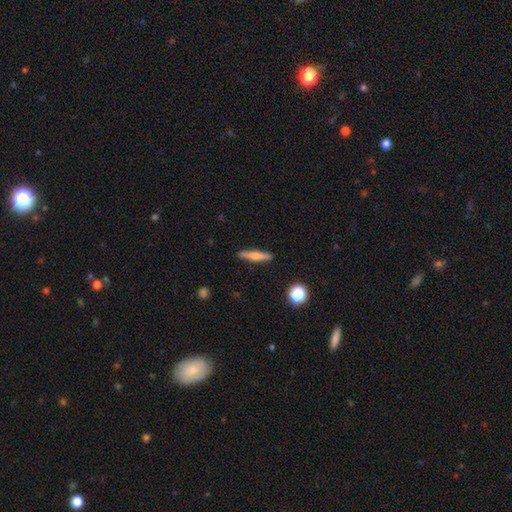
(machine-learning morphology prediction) This appears to be a smooth galaxy with no disk features (59%) that is cigar-shaped (85%). Merging: none (90%).